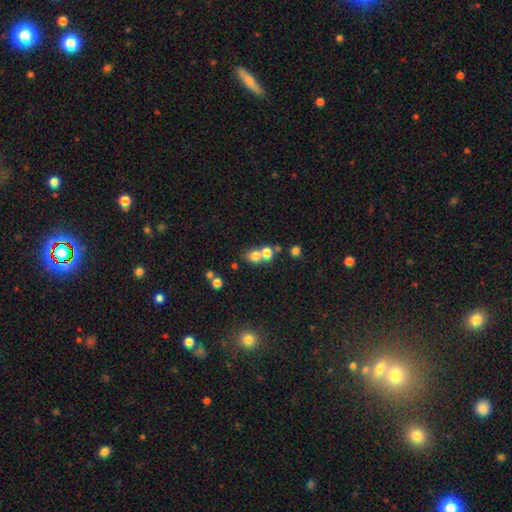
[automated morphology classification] smooth_or_featured: smooth (p=0.73) [alt: star or artifact p=0.14]
how_rounded: round (p=0.67) [alt: in between p=0.32]
merging: merger (p=0.51) [alt: none p=0.38]